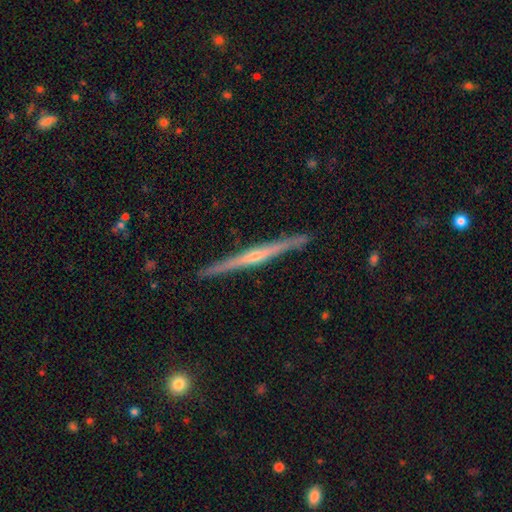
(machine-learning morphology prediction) smooth_or_featured: featured or disk (p=0.80) [alt: smooth p=0.14]
disk_edge_on: yes (p=0.98) [alt: no p=0.02]
edge_on_bulge: rounded (p=0.70) [alt: none p=0.25]
merging: none (p=0.91) [alt: minor disturbance p=0.07]